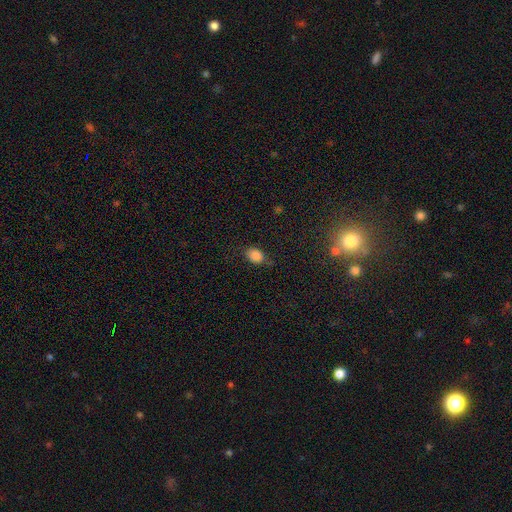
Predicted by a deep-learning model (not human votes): smooth-or-featured: smooth: 85% | star or artifact: 11% | featured or disk: 5%
  how-rounded: in between: 69% | round: 30% | cigar-shaped: 1%
  merging: none: 72% | minor disturbance: 20% | major disturbance: 6% | merger: 2%